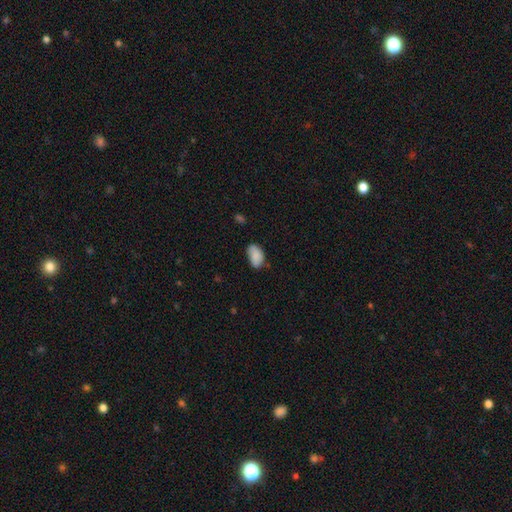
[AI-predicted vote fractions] Q: Smooth or featured?
A: smooth (86%); runner-up: star or artifact (7%)
Q: How rounded?
A: in between (91%); runner-up: round (7%)
Q: Merging?
A: none (65%); runner-up: minor disturbance (28%)